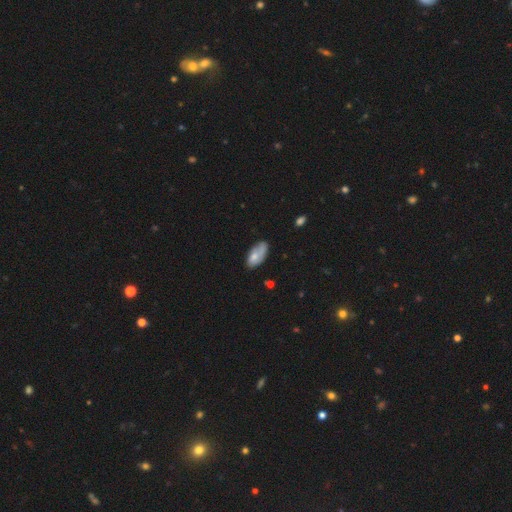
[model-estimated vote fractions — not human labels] Smooth or featured? smooth (67%)
How rounded? in between (92%)
Merging? none (50%)